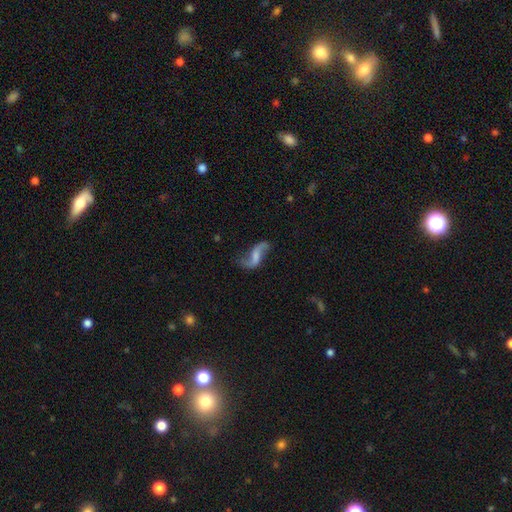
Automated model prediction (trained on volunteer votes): A featured or disk galaxy (79%) with a weak bar (44%), 2 (92%) loose (89%) spiral arms (93%) and no central bulge (55%). Merging: none (67%).